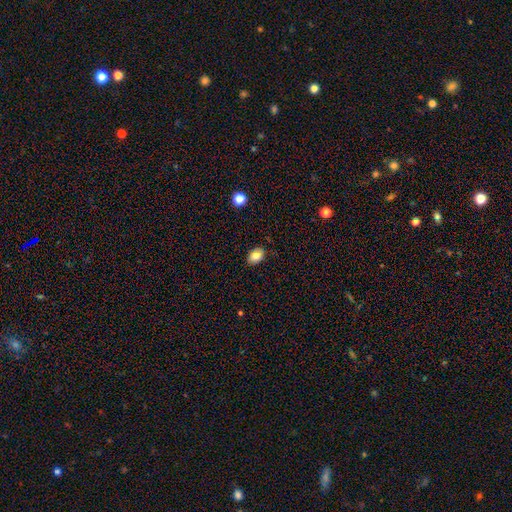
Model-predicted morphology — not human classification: This is likely a smooth galaxy (80%). How rounded: clearly in between (82%). Merging: clearly none (83%).